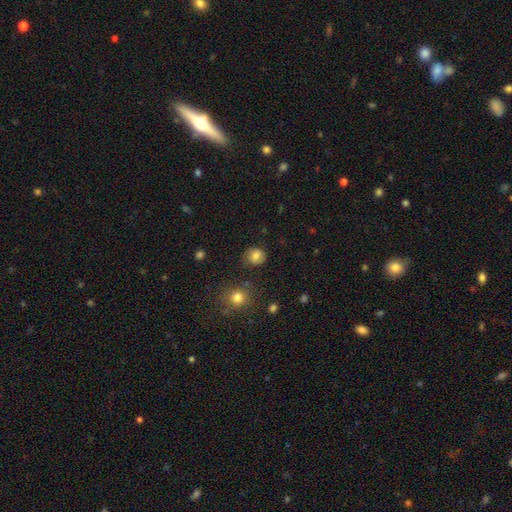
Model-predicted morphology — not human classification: smooth 80%, star or artifact 11%, featured or disk 8%. Down the decision tree: how rounded — round (83%); merging — none (81%).